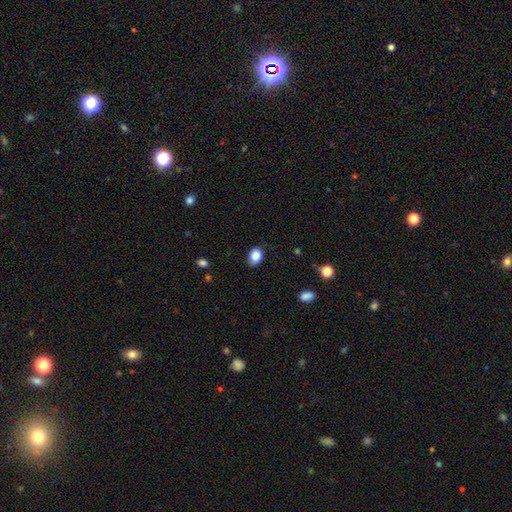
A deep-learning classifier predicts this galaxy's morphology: This is clearly a smooth galaxy (86%). How rounded: likely in between (67%). Merging: likely none (78%).